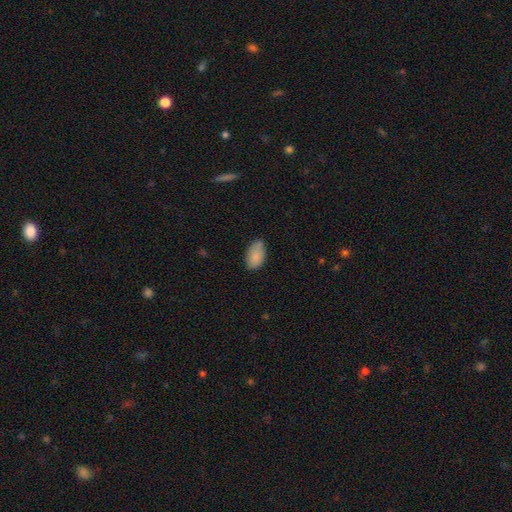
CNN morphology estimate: The model was most divided on "merging": none: 68%, minor disturbance: 25%, major disturbance: 4%, merger: 3%. More confident: how rounded — in between (93%); smooth or featured — smooth (86%).